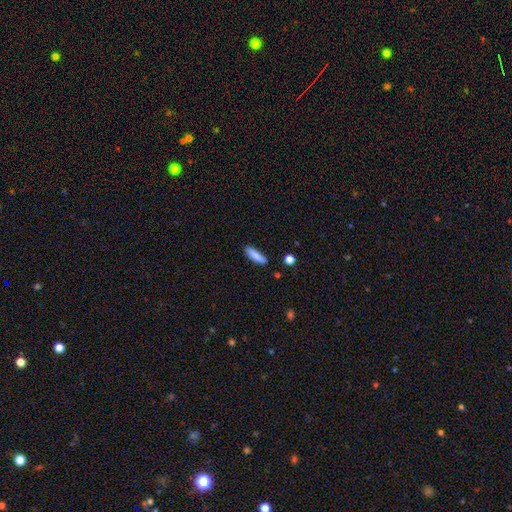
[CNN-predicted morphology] type=smooth (84%); roundness=cigar-shaped (70%); merging=none (78%).